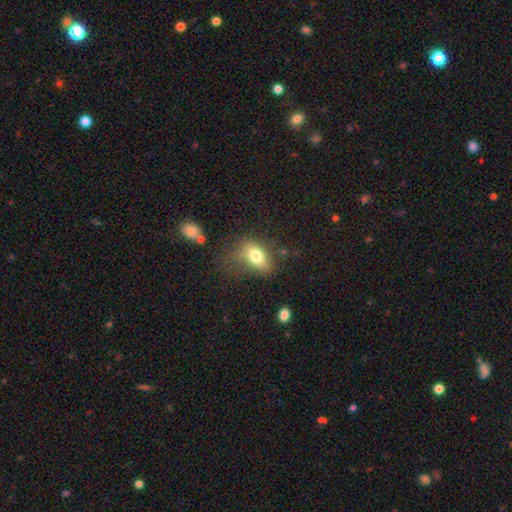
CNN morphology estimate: smooth 76%, featured or disk 14%, star or artifact 10%. Down the decision tree: how rounded — in between (82%); merging — none (50%).